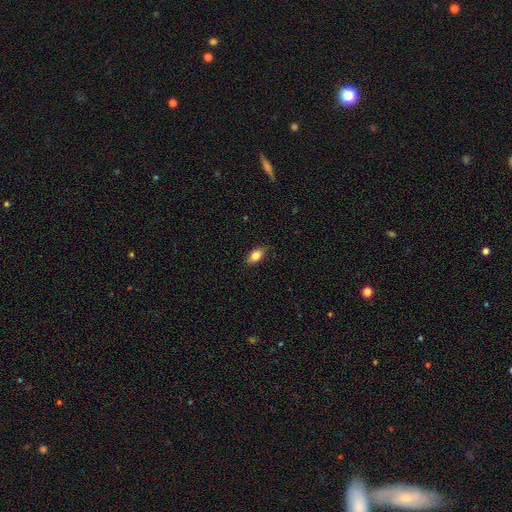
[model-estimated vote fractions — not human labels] Smooth or featured? Predicted: smooth (p=0.81). How rounded? Predicted: in between (p=0.87). Merging? Predicted: none (p=0.85).